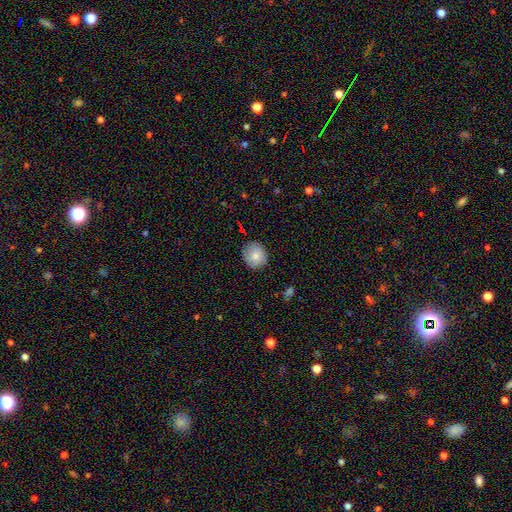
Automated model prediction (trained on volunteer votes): Smooth or featured? Predicted: smooth (p=0.81). How rounded? Predicted: round (p=0.78). Merging? Predicted: none (p=0.83).